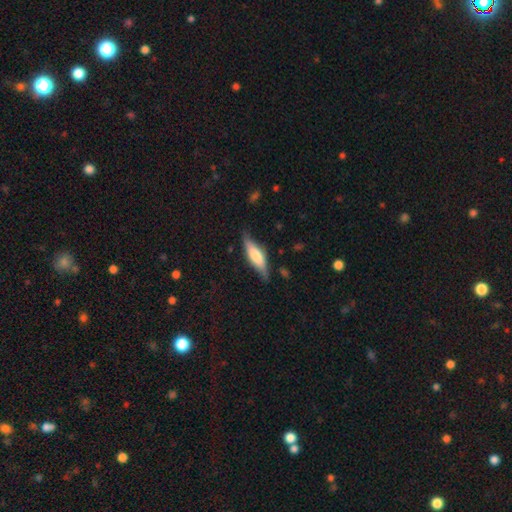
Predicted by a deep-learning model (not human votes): Smooth or featured: smooth — 50% (featured or disk — 43%)
How rounded: cigar-shaped — 53% (in between — 45%)
Merging: none — 70% (minor disturbance — 23%)